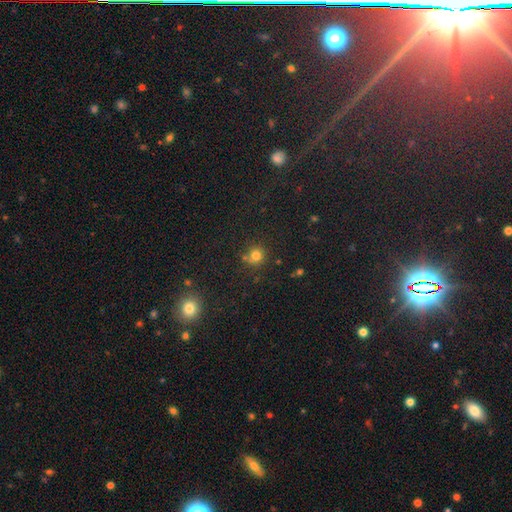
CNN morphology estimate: Overall: smooth (75%). How rounded: round (89%). Merging: none (70%).